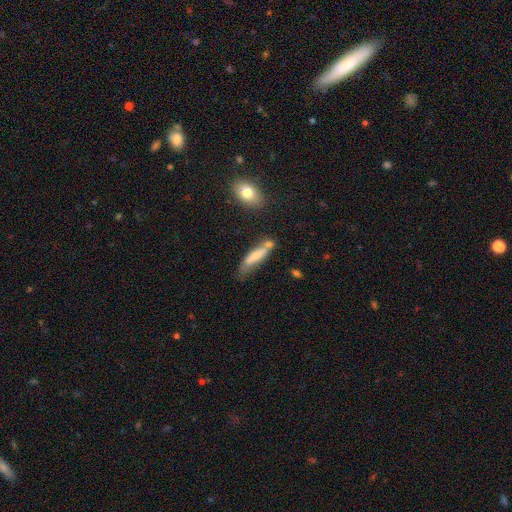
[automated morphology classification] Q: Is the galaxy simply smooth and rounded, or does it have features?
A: smooth — 67%.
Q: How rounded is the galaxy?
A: cigar-shaped — 73%.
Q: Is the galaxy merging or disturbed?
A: none — 44%.